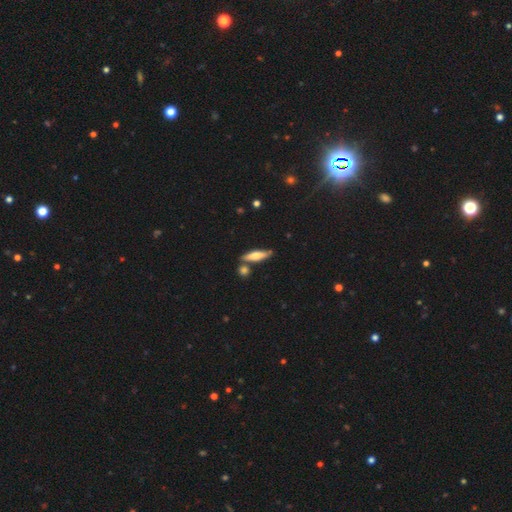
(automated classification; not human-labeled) The model was most divided on "smooth or featured": smooth: 59%, featured or disk: 35%, star or artifact: 7%. More confident: merging — none (74%); how rounded — cigar-shaped (69%).